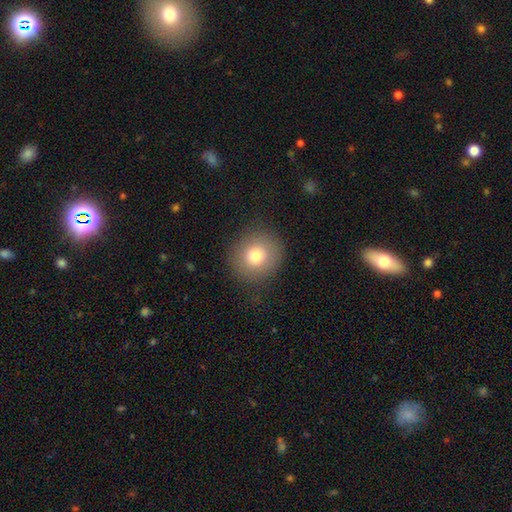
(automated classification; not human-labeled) Smooth or featured? Predicted: smooth (p=0.76). How rounded? Predicted: round (p=0.89). Merging? Predicted: none (p=0.85).